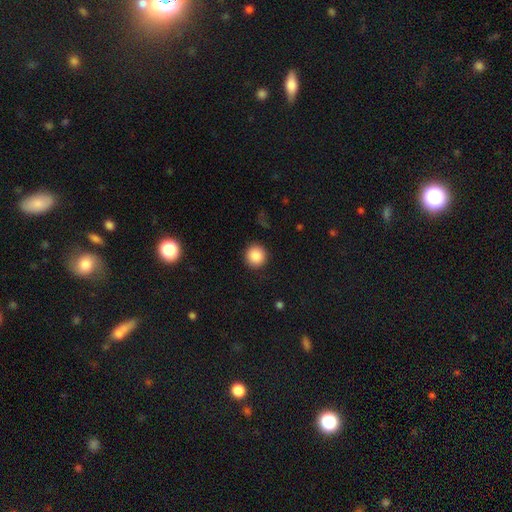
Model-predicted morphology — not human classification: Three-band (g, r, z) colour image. It shows a smooth galaxy with no disk features (87%) that is round (94%). Merging: none (91%).